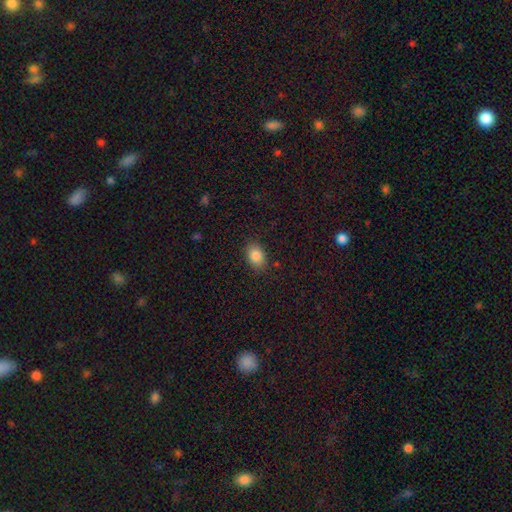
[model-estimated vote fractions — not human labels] A smooth galaxy with no disk features (85%) that is in between round and cigar-shaped (80%).

Vote fractions:
- Smooth or featured? smooth: 85% / star or artifact: 9% / featured or disk: 6%
- How rounded? in between: 80% / round: 19% / cigar-shaped: 1%
- Merging? none: 86% / minor disturbance: 10% / major disturbance: 3% / merger: 1%